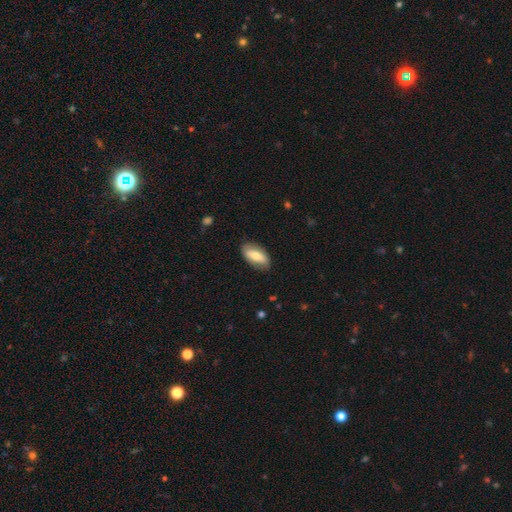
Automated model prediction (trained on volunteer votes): Smooth or featured? smooth (64%)
How rounded? in between (90%)
Merging? none (82%)